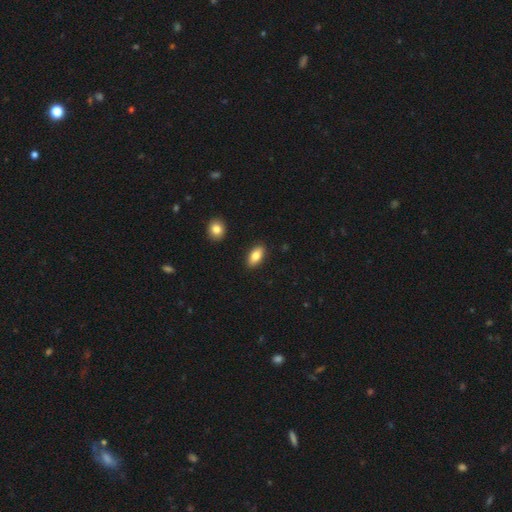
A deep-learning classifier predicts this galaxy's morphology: This is clearly a smooth galaxy (82%). How rounded: clearly in between (89%). Merging: clearly none (89%).